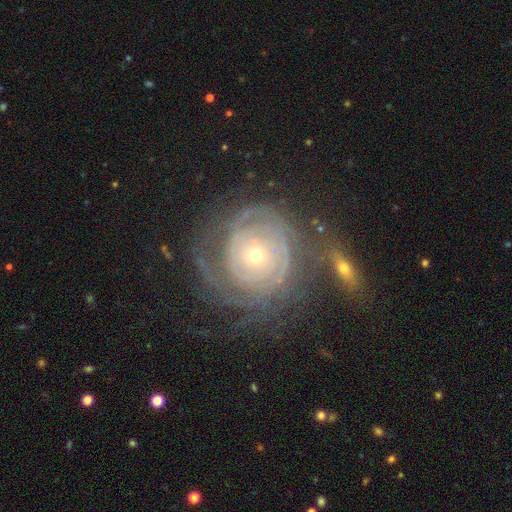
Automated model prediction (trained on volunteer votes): Smooth or featured? featured or disk (83%)
Edge-on disk? no (96%)
Bar? no (81%)
Spiral arms? yes (91%)
Spiral winding? tight (81%)
Spiral arm count? can't tell (40%)
Bulge size? small (67%)
Merging? none (57%)